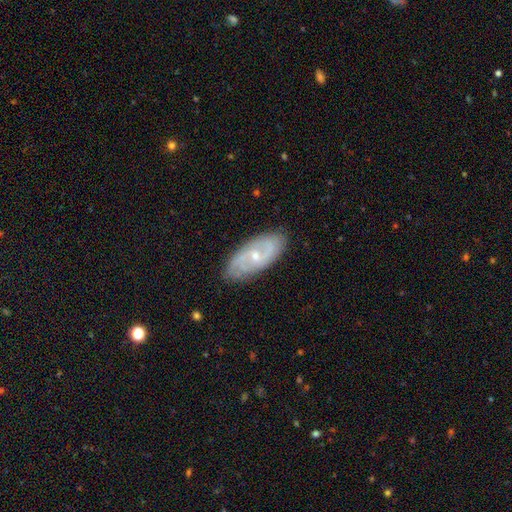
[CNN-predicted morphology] Smooth or featured? Predicted: featured or disk (p=0.76). Edge-on disk? Predicted: no (p=0.91). Bar? Predicted: no (p=0.57). Spiral arms? Predicted: yes (p=0.89). Spiral winding? Predicted: medium (p=0.42). Spiral arm count? Predicted: 2 (p=0.61). Bulge size? Predicted: small (p=0.64). Merging? Predicted: none (p=0.83).